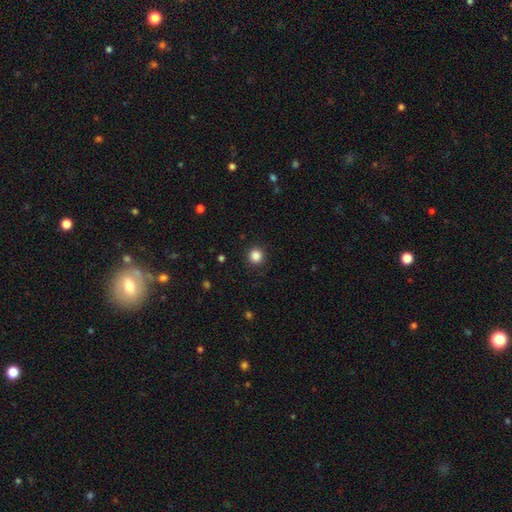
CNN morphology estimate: A smooth galaxy with no disk features (85%) that is round (95%).

Vote fractions:
- Smooth or featured? smooth: 85% / star or artifact: 11% / featured or disk: 3%
- How rounded? round: 95% / in between: 4% / cigar-shaped: 1%
- Merging? none: 91% / minor disturbance: 6% / major disturbance: 2% / merger: 1%